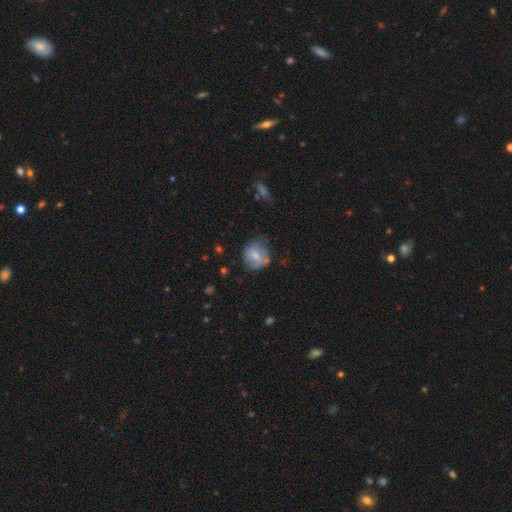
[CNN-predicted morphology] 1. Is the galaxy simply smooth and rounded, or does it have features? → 62% smooth, 30% featured or disk, 8% star or artifact.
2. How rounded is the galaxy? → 72% round, 27% in between, 1% cigar-shaped.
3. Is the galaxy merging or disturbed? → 52% none, 31% minor disturbance, 15% major disturbance, 3% merger.